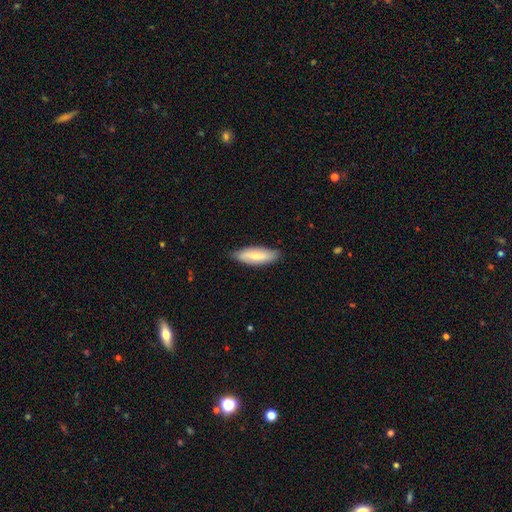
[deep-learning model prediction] smooth-or-featured: smooth: 64% | featured or disk: 31% | star or artifact: 5%
  how-rounded: in between: 62% | cigar-shaped: 37% | round: 2%
  merging: none: 84% | minor disturbance: 13% | major disturbance: 2% | merger: 1%